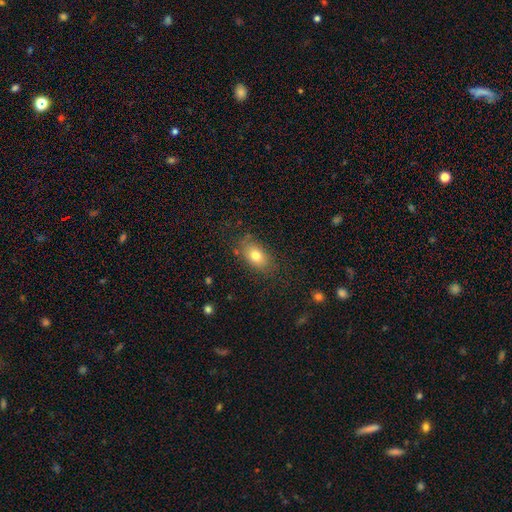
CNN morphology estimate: Smooth or featured? smooth (76%)
How rounded? in between (85%)
Merging? none (77%)